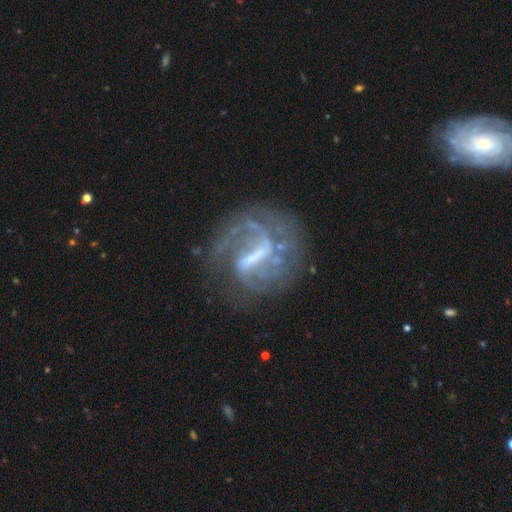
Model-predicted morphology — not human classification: Smooth or featured?
  - featured or disk: 84% *
  - smooth: 8%
  - star or artifact: 8%
Edge-on disk?
  - no: 96% *
  - yes: 4%
Bar?
  - strong: 60% *
  - weak: 31%
  - no: 9%
Spiral arms?
  - yes: 87% *
  - no: 13%
Spiral winding?
  - medium: 41% *
  - loose: 31%
  - tight: 29%
Spiral arm count?
  - 2: 47% *
  - can't tell: 22%
  - 1: 15%
  - 3: 10%
  - 4: 4%
  - more than 4: 3%
Bulge size?
  - none: 40% *
  - small: 31%
  - moderate: 22%
  - large: 5%
  - dominant: 1%
Merging?
  - none: 58% *
  - major disturbance: 21%
  - minor disturbance: 17%
  - merger: 4%